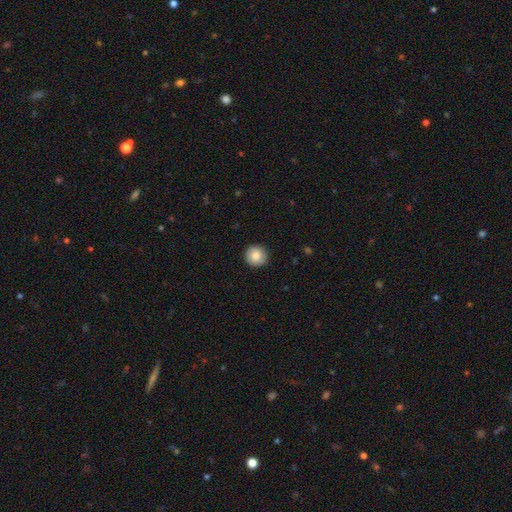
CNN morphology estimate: This appears to be a smooth galaxy with no disk features (85%) that is round (94%). Merging: none (91%).